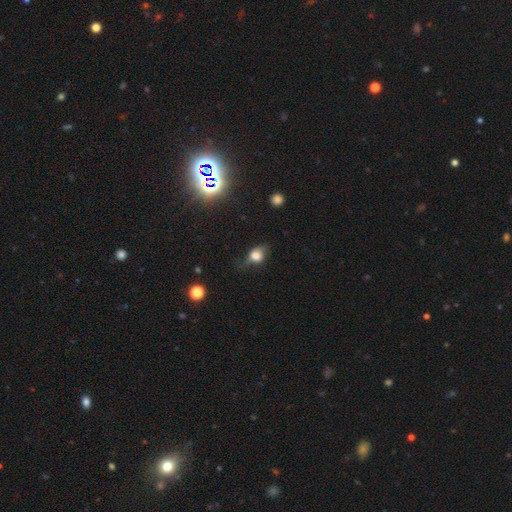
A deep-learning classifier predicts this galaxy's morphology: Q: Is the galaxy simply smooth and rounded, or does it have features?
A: smooth — 65%.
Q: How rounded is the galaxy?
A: in between — 53%.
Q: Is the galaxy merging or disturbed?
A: none — 49%.